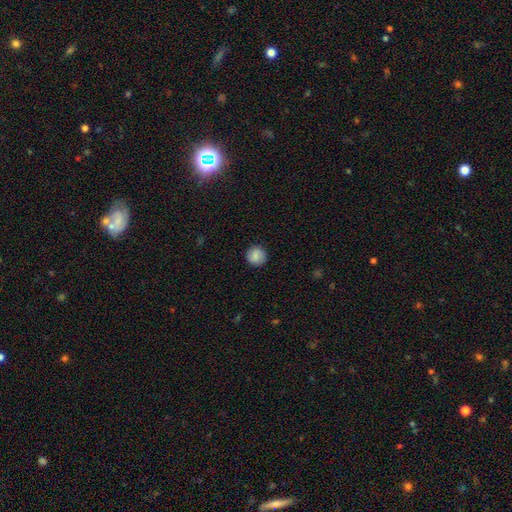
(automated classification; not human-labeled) This appears to be a smooth galaxy with no disk features (84%) that is round (91%). Merging: none (89%).